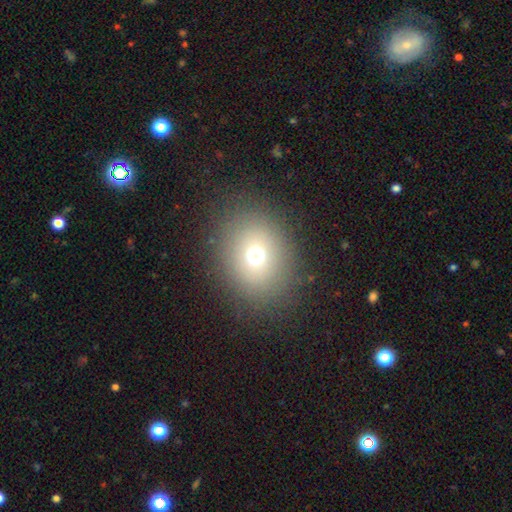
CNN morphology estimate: The model was most divided on "how rounded": round: 55%, in between: 44%, cigar-shaped: 1%. More confident: merging — none (84%); smooth or featured — smooth (68%).